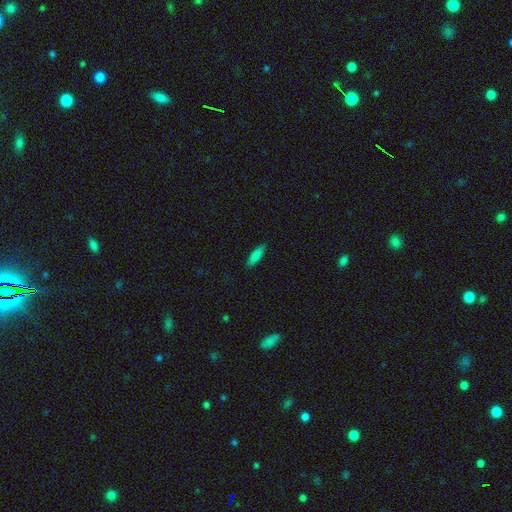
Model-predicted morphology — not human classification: This appears to be a smooth galaxy with no disk features (81%) that is cigar-shaped (56%). Merging: none (87%).